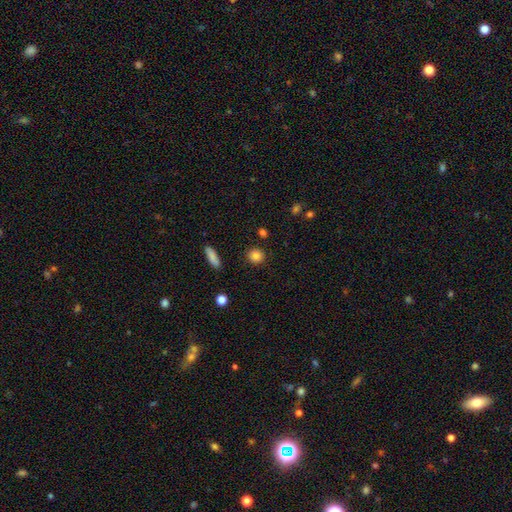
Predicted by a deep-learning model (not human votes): smooth_or_featured: smooth (p=0.85) [alt: star or artifact p=0.10]
how_rounded: round (p=0.89) [alt: in between p=0.10]
merging: none (p=0.89) [alt: minor disturbance p=0.07]